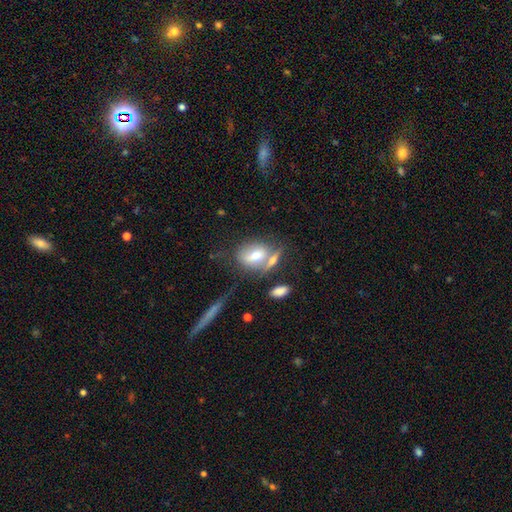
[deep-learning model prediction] smooth-or-featured: smooth: 60% | featured or disk: 31% | star or artifact: 9%
  how-rounded: in between: 68% | round: 26% | cigar-shaped: 6%
  merging: none: 37% | merger: 36% | minor disturbance: 15% | major disturbance: 12%